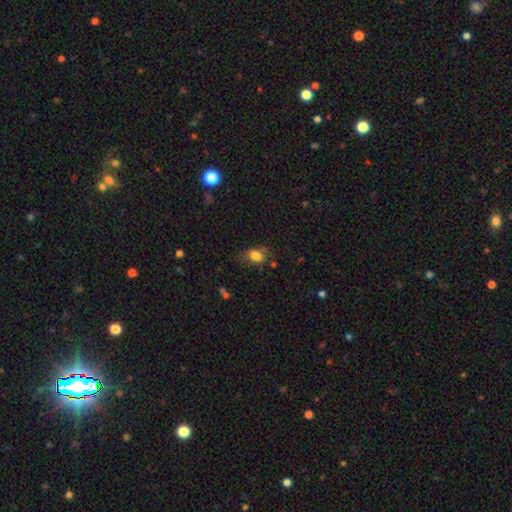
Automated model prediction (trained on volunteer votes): smooth-or-featured: smooth: 81% | star or artifact: 10% | featured or disk: 10%
  how-rounded: in between: 69% | round: 29% | cigar-shaped: 2%
  merging: none: 63% | minor disturbance: 25% | major disturbance: 9% | merger: 2%